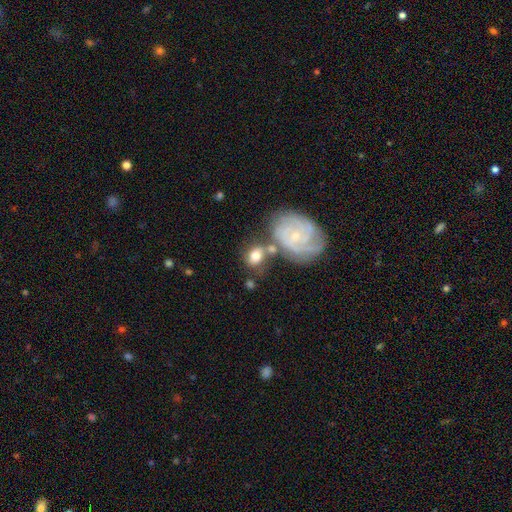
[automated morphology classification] Smooth or featured: smooth — 50% (featured or disk — 41%)
How rounded: in between — 52% (round — 46%)
Merging: none — 46% (merger — 26%)